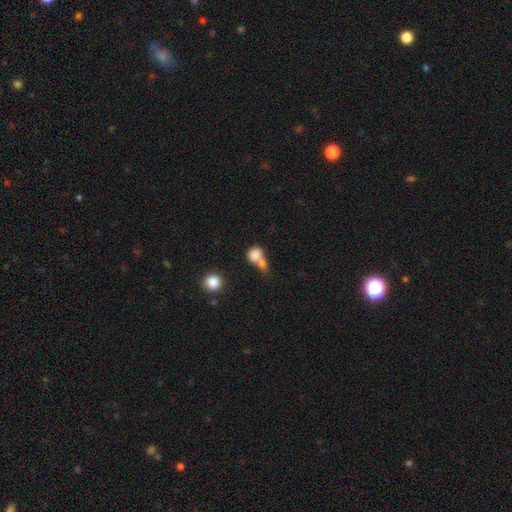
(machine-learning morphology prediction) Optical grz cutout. It shows a smooth galaxy with no disk features (80%) that is round (67%). Merging: merger (59%).